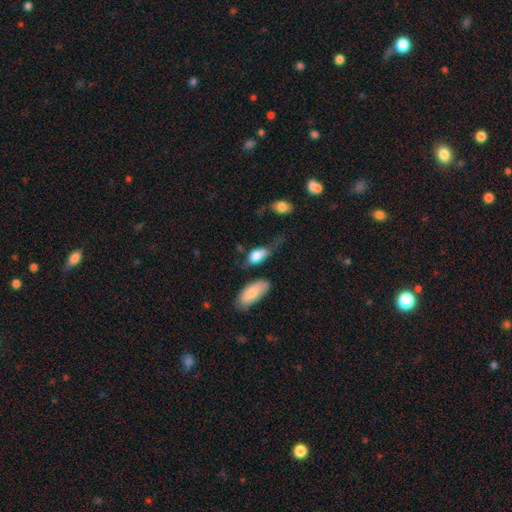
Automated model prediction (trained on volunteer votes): smooth_or_featured: smooth (p=0.79) [alt: featured or disk p=0.14]
how_rounded: in between (p=0.86) [alt: cigar-shaped p=0.07]
merging: none (p=0.34) [alt: minor disturbance p=0.30]